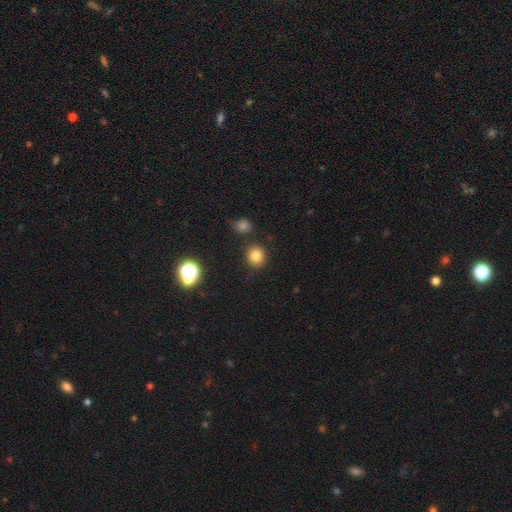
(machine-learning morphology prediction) A smooth galaxy with no disk features (80%) that is round (84%).

Vote fractions:
- Smooth or featured? smooth: 80% / star or artifact: 14% / featured or disk: 6%
- How rounded? round: 84% / in between: 15% / cigar-shaped: 1%
- Merging? none: 85% / minor disturbance: 8% / merger: 4% / major disturbance: 3%